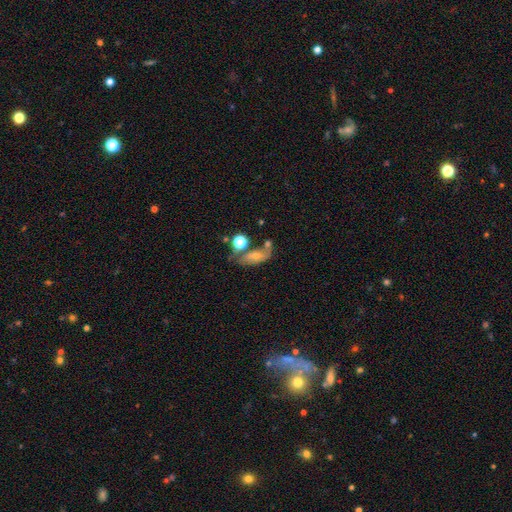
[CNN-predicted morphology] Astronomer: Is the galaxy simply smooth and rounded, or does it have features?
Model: featured or disk — 45% (runner-up: smooth, 39%).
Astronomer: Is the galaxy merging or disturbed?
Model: none — 44% (runner-up: minor disturbance, 21%).